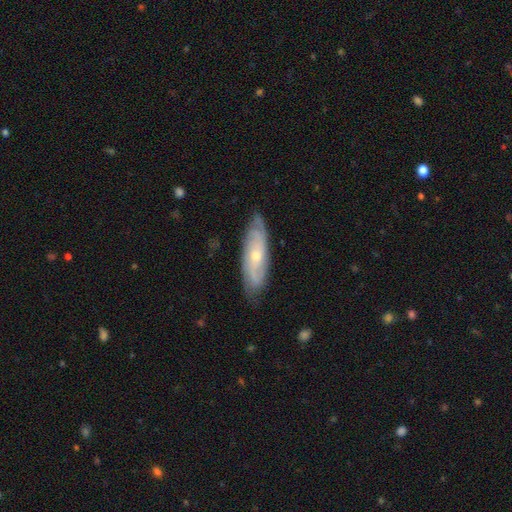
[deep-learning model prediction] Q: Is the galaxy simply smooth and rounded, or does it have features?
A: featured or disk — 74%.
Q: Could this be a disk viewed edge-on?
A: no — 81%.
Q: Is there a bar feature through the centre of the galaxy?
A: no — 71%.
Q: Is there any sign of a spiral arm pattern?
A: yes — 90%.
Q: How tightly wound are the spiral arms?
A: tight — 53%.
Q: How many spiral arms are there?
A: can't tell — 38%.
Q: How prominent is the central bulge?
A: small — 57%.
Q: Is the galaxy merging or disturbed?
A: none — 80%.